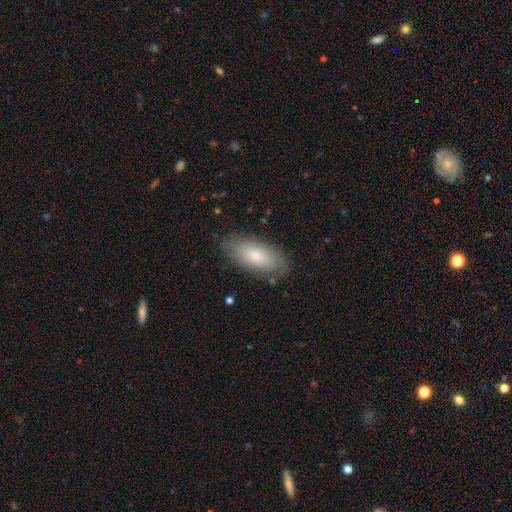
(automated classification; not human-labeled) The model was most divided on "smooth or featured": smooth: 76%, featured or disk: 18%, star or artifact: 6%. More confident: how rounded — in between (87%); merging — none (82%).